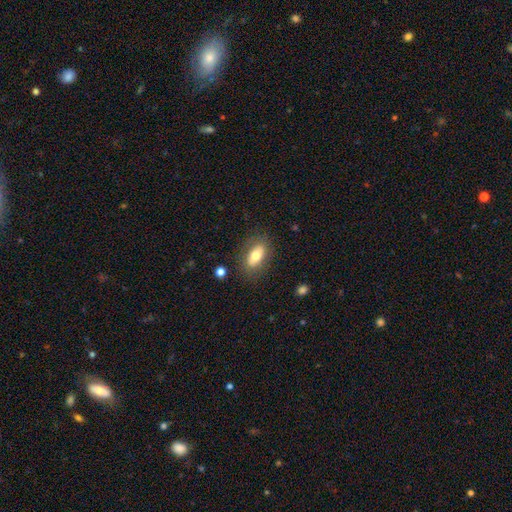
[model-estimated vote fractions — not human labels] smooth 69%, featured or disk 23%, star or artifact 7%. Down the decision tree: how rounded — in between (84%); merging — none (81%).